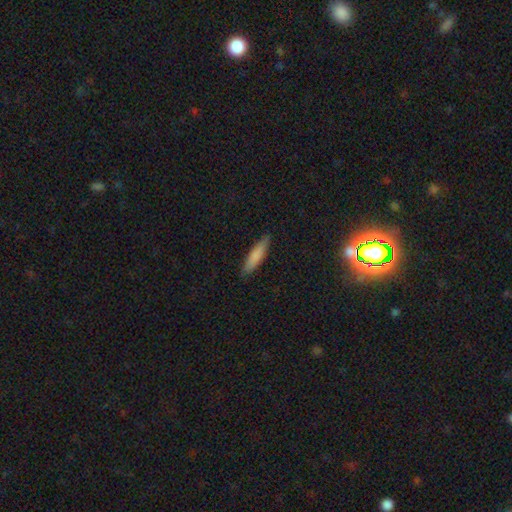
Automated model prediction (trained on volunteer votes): Overall: smooth (80%). How rounded: cigar-shaped (79%). Merging: none (87%).